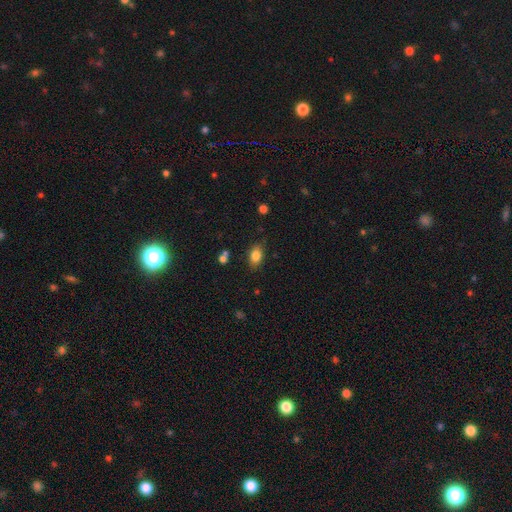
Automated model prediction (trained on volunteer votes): Smooth or featured?
  - smooth: 83% *
  - star or artifact: 9%
  - featured or disk: 8%
How rounded?
  - in between: 81% *
  - round: 17%
  - cigar-shaped: 2%
Merging?
  - none: 79% *
  - minor disturbance: 15%
  - major disturbance: 3%
  - merger: 3%